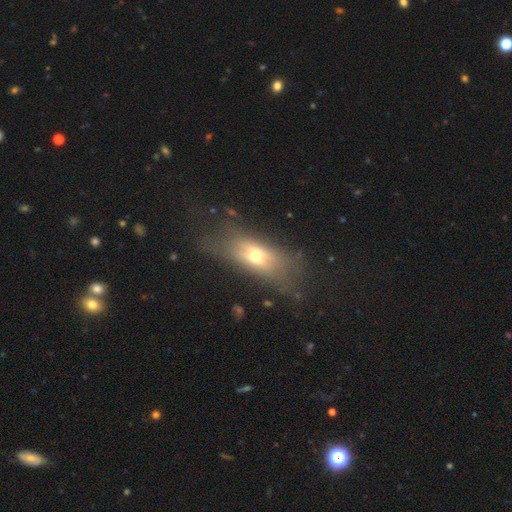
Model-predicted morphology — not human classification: Smooth or featured? Predicted: smooth (p=0.49). Merging? Predicted: none (p=0.58).